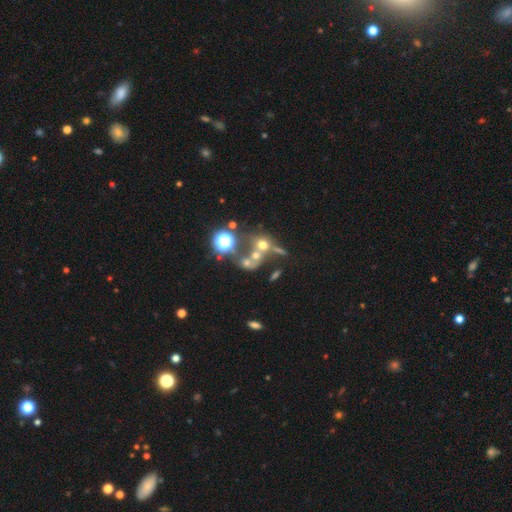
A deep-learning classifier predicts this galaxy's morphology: smooth 47%, star or artifact 27%, featured or disk 27%. Down the decision tree: merging — merger (52%).